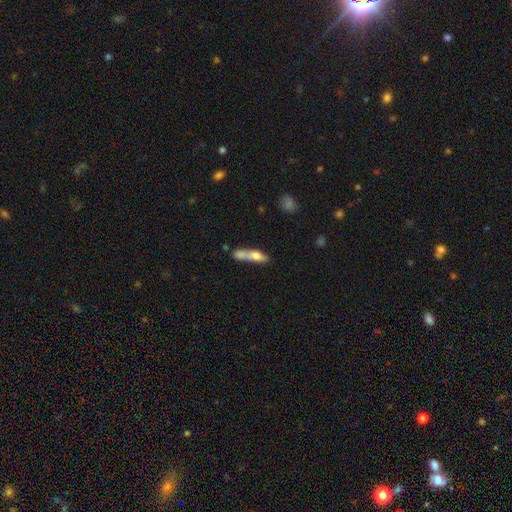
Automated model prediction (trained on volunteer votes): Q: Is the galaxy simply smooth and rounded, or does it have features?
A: smooth — 63%.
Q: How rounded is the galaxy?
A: cigar-shaped — 60%.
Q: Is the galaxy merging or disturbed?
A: merger — 49%.